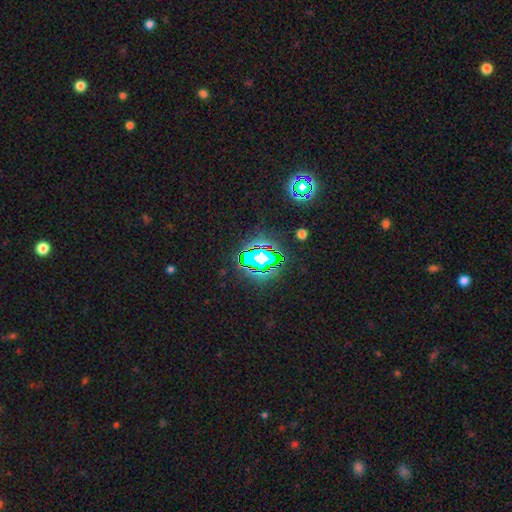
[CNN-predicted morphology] A star or artifact, not a galaxy (65%).